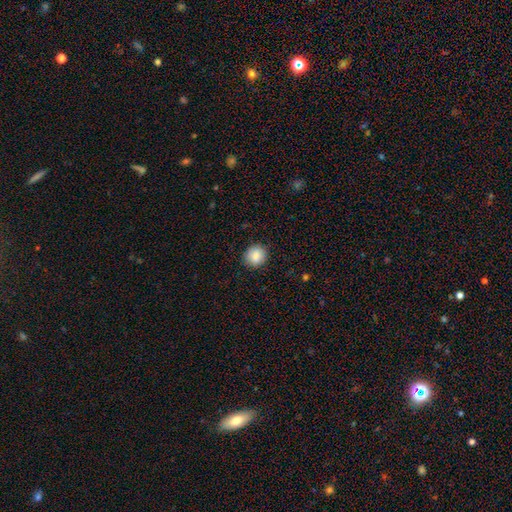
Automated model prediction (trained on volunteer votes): Smooth or featured? smooth (88%)
How rounded? round (81%)
Merging? none (87%)